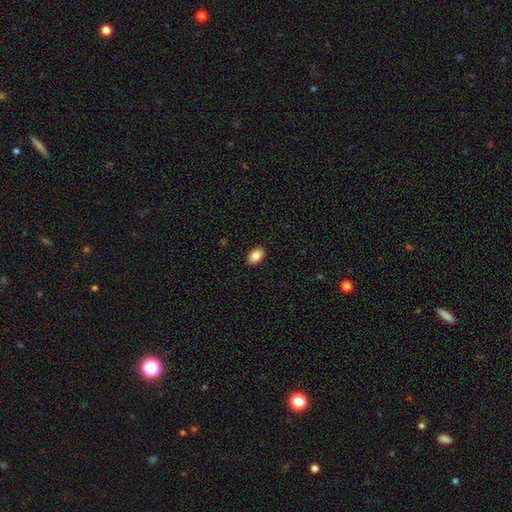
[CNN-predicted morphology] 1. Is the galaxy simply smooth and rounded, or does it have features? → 87% smooth, 8% star or artifact, 5% featured or disk.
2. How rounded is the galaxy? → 91% in between, 8% round, 1% cigar-shaped.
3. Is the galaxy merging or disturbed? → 90% none, 8% minor disturbance, 2% major disturbance, 1% merger.